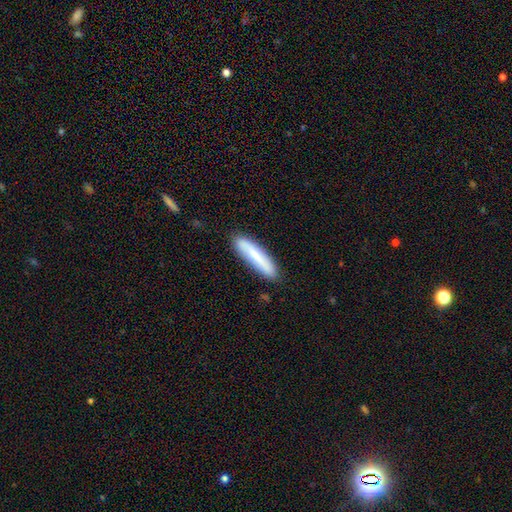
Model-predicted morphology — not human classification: Smooth or featured? Predicted: smooth (p=0.70). How rounded? Predicted: cigar-shaped (p=0.83). Merging? Predicted: none (p=0.86).